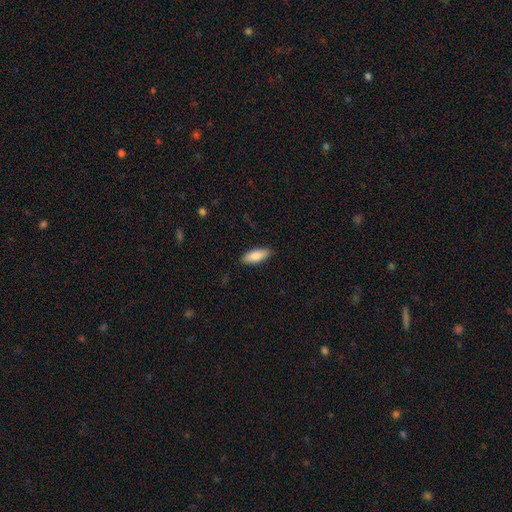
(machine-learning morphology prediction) smooth 85%, featured or disk 10%, star or artifact 6%. Down the decision tree: how rounded — in between (76%); merging — none (86%).